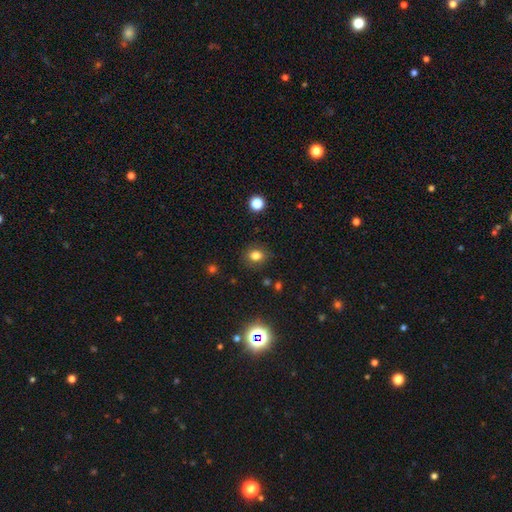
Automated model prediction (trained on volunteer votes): smooth_or_featured: smooth (p=0.80) [alt: star or artifact p=0.13]
how_rounded: round (p=0.63) [alt: in between p=0.36]
merging: none (p=0.85) [alt: minor disturbance p=0.11]